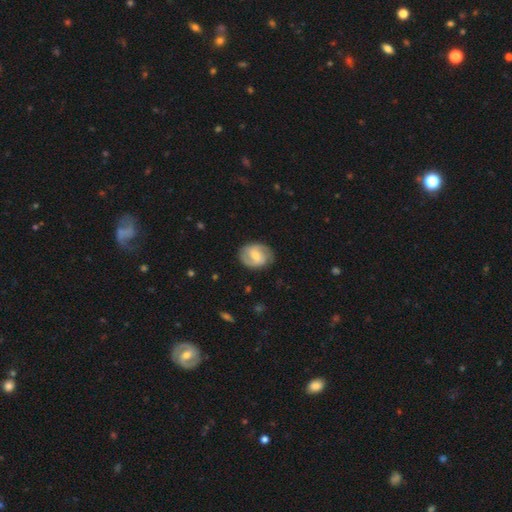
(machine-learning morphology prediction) This appears to be a featured or disk galaxy (73%) with a weak bar (53%), 2 (87%) medium (47%) spiral arms (91%) and a moderate central bulge (50%). Merging: none (83%).